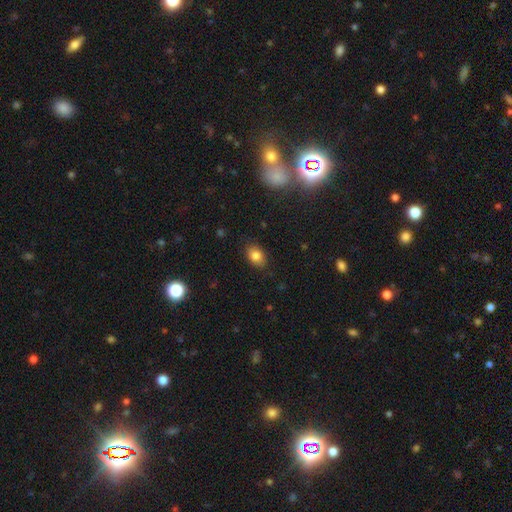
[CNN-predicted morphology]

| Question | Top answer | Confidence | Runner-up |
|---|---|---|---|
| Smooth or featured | smooth | 82% | star or artifact (10%) |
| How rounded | in between | 78% | round (21%) |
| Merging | none | 84% | minor disturbance (13%) |